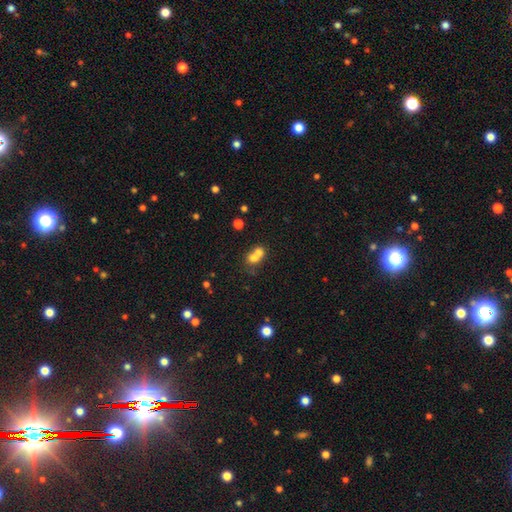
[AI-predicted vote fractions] The model was most divided on "how rounded": round: 70%, in between: 29%, cigar-shaped: 1%. More confident: smooth or featured — smooth (70%); merging — merger (67%).